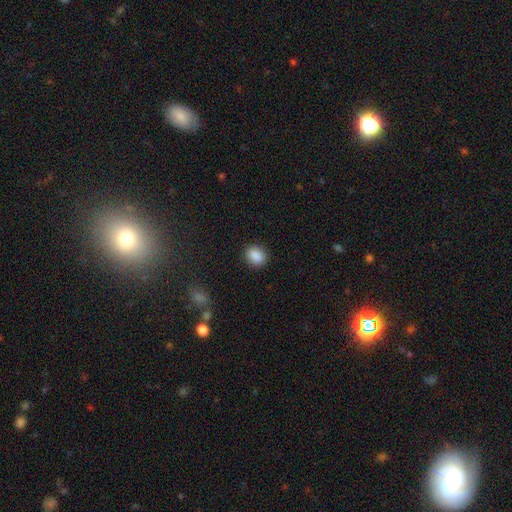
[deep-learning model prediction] Morphology: type=smooth (88%); roundness=in between (52%); merging=none (88%).